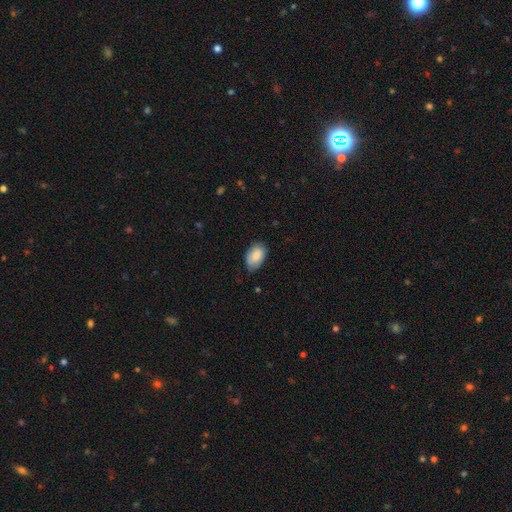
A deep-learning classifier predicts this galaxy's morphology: Smooth or featured? smooth (84%)
How rounded? in between (91%)
Merging? none (68%)